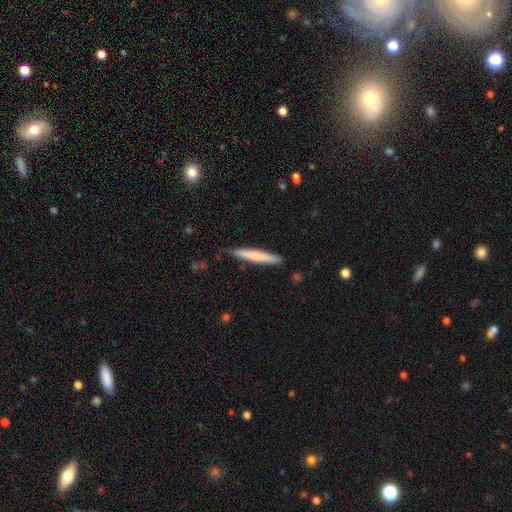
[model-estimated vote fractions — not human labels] smooth-or-featured: smooth: 69% | featured or disk: 26% | star or artifact: 5%
  how-rounded: cigar-shaped: 95% | in between: 4% | round: 1%
  merging: none: 87% | minor disturbance: 10% | major disturbance: 2% | merger: 1%